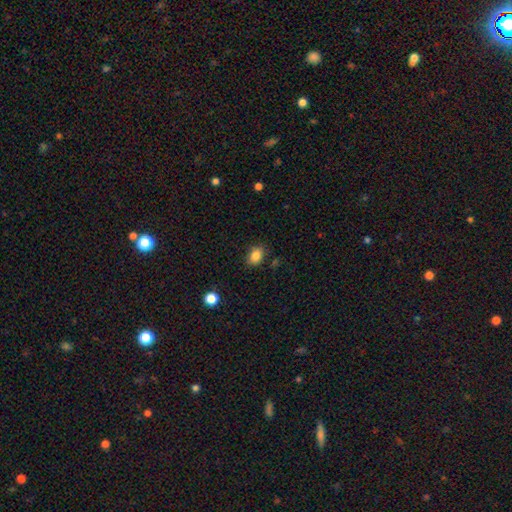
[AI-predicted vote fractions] Overall: smooth (85%). How rounded: in between (77%). Merging: none (82%).